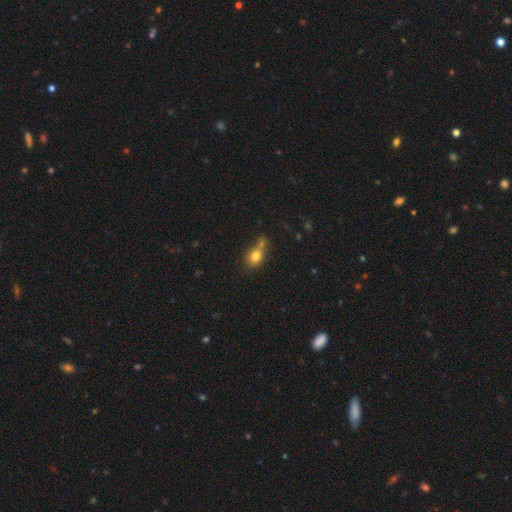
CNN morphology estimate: A smooth galaxy with no disk features (77%) that is in between round and cigar-shaped (51%).

Vote fractions:
- Smooth or featured? smooth: 77% / featured or disk: 12% / star or artifact: 11%
- How rounded? in between: 51% / round: 47% / cigar-shaped: 2%
- Merging? merger: 39% (tied) / none: 39% (tied) / minor disturbance: 15% / major disturbance: 7%